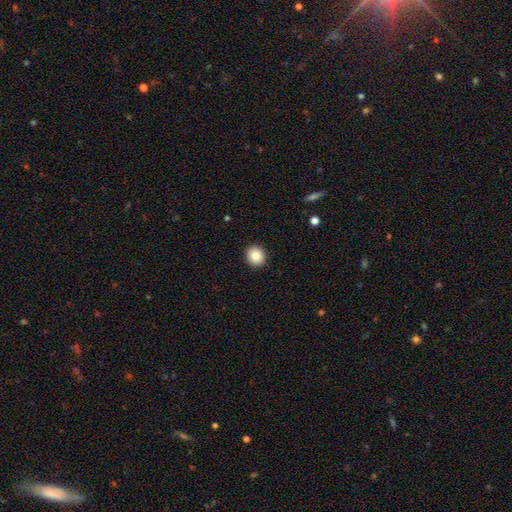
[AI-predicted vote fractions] Morphology: type=smooth (85%); roundness=round (83%); merging=none (92%).